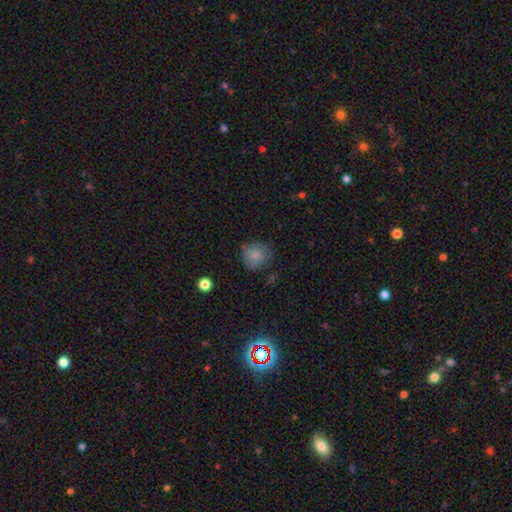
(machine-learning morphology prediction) smooth 78%, featured or disk 13%, star or artifact 9%. Down the decision tree: how rounded — round (83%); merging — none (67%).